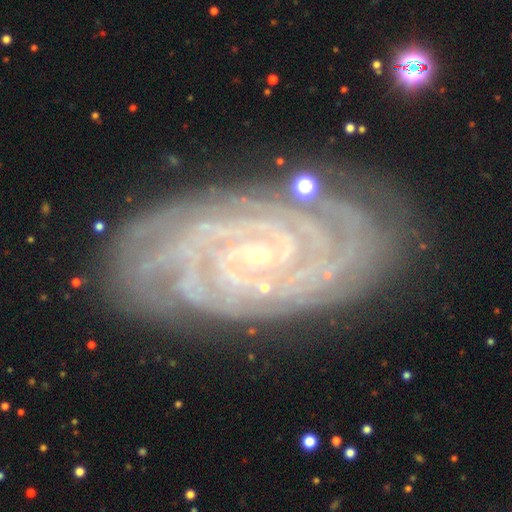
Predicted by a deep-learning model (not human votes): This appears to be a featured or disk galaxy (91%) with no bar (54%), 4 (22%) tight (87%) spiral arms (99%) and a small central bulge (84%). Merging: none (82%).